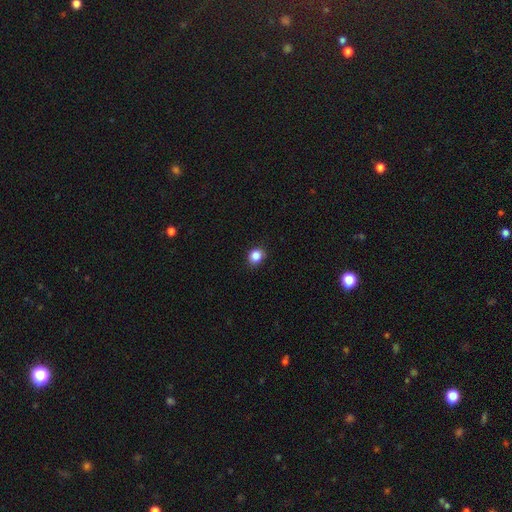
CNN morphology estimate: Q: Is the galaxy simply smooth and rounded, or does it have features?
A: smooth — 86%.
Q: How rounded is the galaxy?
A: round — 66%.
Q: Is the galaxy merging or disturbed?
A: none — 88%.